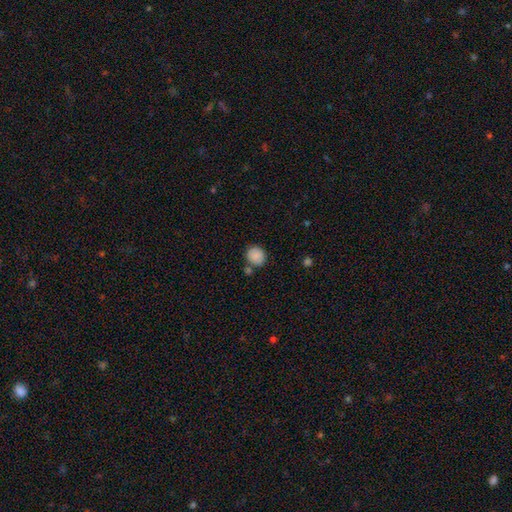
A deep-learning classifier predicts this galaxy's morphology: Q: Smooth or featured?
A: smooth (87%); runner-up: star or artifact (8%)
Q: How rounded?
A: round (77%); runner-up: in between (22%)
Q: Merging?
A: none (73%); runner-up: minor disturbance (12%)